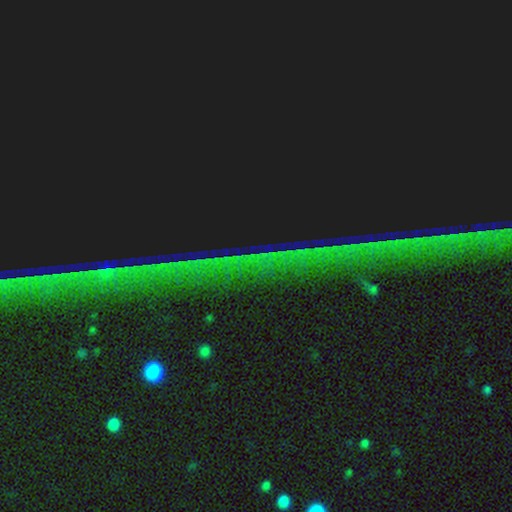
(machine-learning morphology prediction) Smooth or featured? star or artifact (82%)